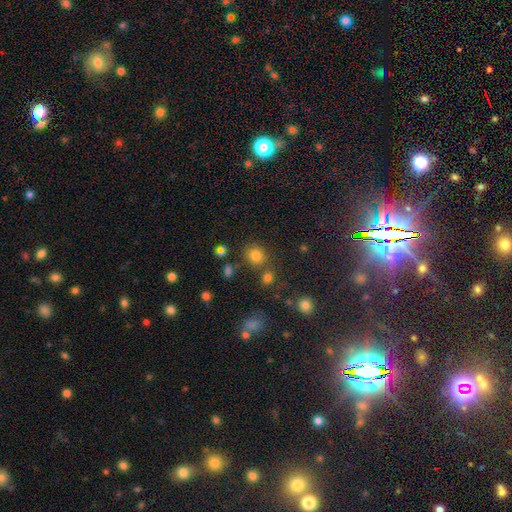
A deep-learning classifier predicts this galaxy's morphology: smooth 78%, star or artifact 15%, featured or disk 6%. Down the decision tree: how rounded — round (78%); merging — none (73%).